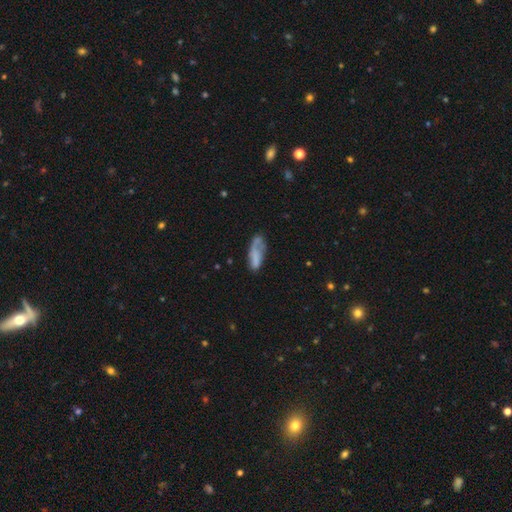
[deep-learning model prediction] Q: Smooth or featured?
A: smooth (62%); runner-up: featured or disk (30%)
Q: How rounded?
A: in between (65%); runner-up: cigar-shaped (33%)
Q: Merging?
A: none (40%); runner-up: minor disturbance (29%)